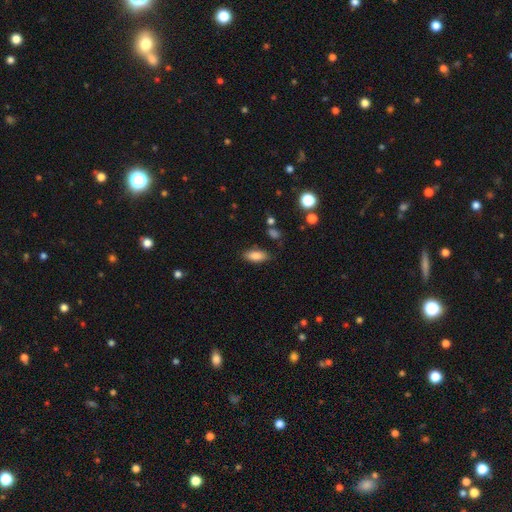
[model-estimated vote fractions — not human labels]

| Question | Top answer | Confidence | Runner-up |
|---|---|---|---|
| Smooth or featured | smooth | 84% | star or artifact (8%) |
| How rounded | in between | 83% | cigar-shaped (14%) |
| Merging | none | 83% | minor disturbance (12%) |